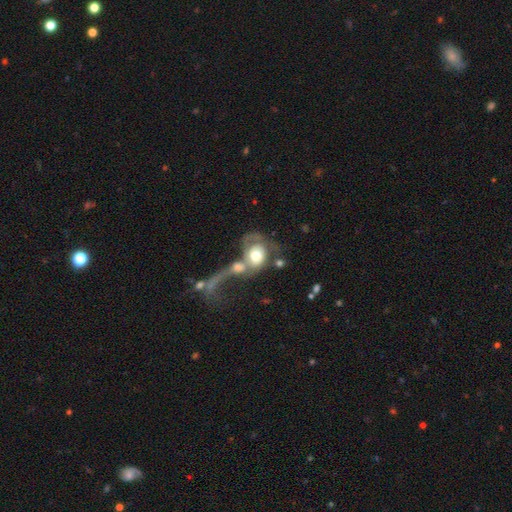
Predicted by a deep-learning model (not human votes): Smooth or featured: featured or disk — 49% (smooth — 43%)
Merging: merger — 62% (major disturbance — 23%)